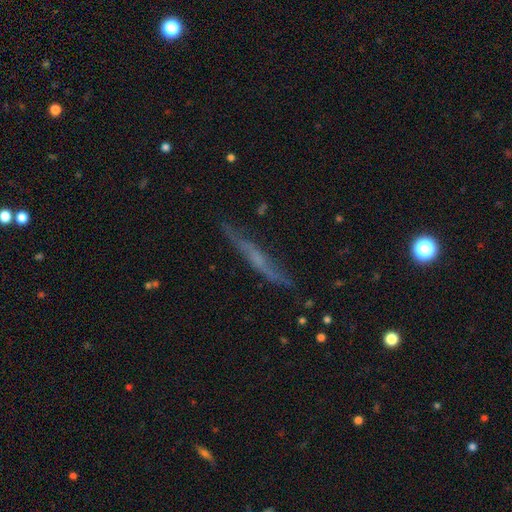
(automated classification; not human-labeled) Smooth or featured? Predicted: featured or disk (p=0.59). Edge-on disk? Predicted: yes (p=0.88). Edge-on bulge? Predicted: none (p=0.52). Merging? Predicted: none (p=0.82).